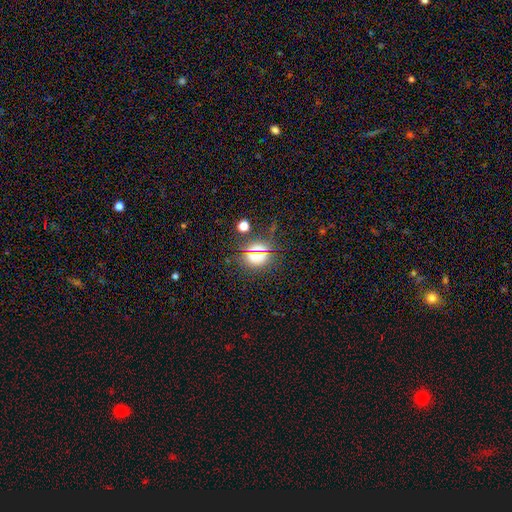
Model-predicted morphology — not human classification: smooth-or-featured: star or artifact: 50% | smooth: 40% | featured or disk: 10%